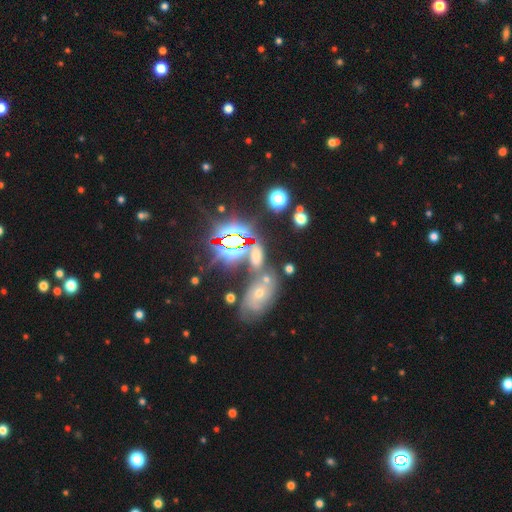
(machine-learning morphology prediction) A star or artifact, not a galaxy (55%).